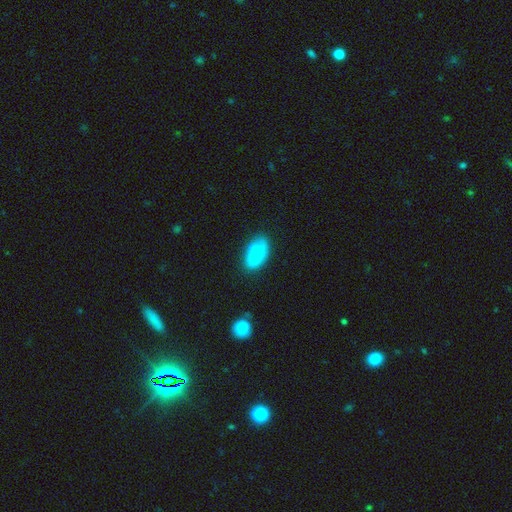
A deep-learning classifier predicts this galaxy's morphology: Smooth or featured? smooth (64%)
How rounded? in between (91%)
Merging? none (51%)